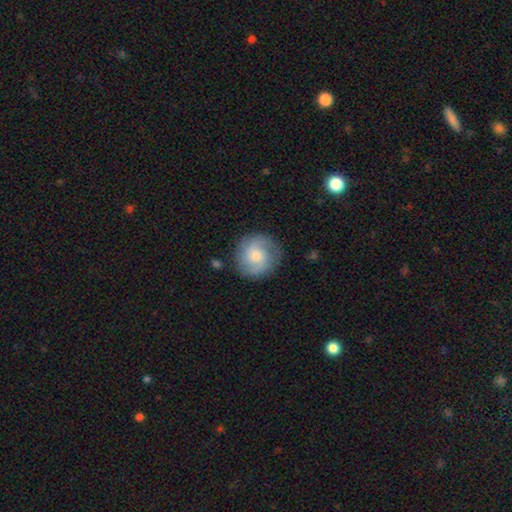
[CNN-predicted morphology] Smooth or featured? Predicted: featured or disk (p=0.49). Merging? Predicted: none (p=0.80).